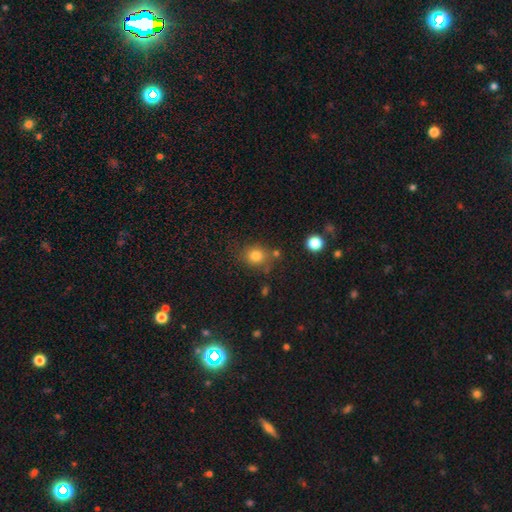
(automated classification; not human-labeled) The model was most divided on "how rounded": round: 72%, in between: 27%, cigar-shaped: 1%. More confident: smooth or featured — smooth (81%); merging — none (72%).